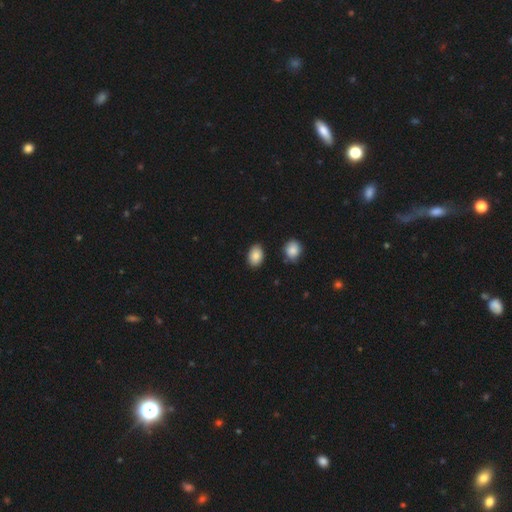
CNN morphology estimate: This is clearly a smooth galaxy (87%). How rounded: clearly in between (81%). Merging: clearly none (84%).